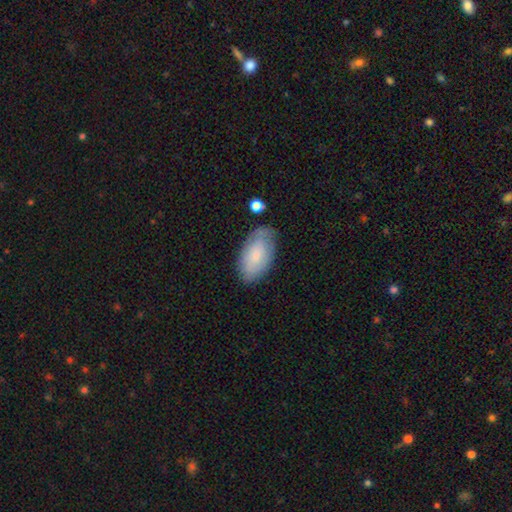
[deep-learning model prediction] Smooth or featured?
  - smooth: 68% *
  - featured or disk: 26%
  - star or artifact: 6%
How rounded?
  - in between: 94% *
  - round: 4%
  - cigar-shaped: 2%
Merging?
  - none: 68% *
  - minor disturbance: 24%
  - major disturbance: 6%
  - merger: 3%